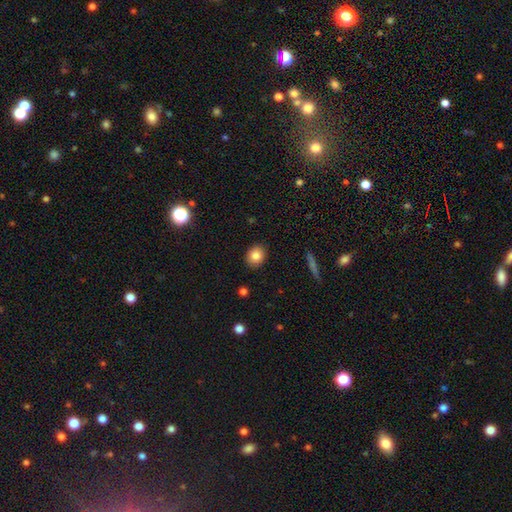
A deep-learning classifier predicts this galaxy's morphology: Smooth or featured: smooth — 83% (star or artifact — 9%)
How rounded: round — 54% (in between — 45%)
Merging: none — 89% (minor disturbance — 8%)